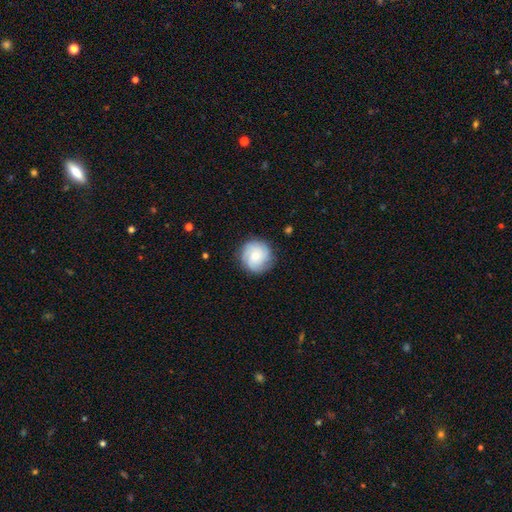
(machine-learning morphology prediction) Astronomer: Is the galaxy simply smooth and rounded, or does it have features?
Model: featured or disk — 50% (runner-up: smooth, 43%).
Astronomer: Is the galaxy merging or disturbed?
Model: none — 82%.